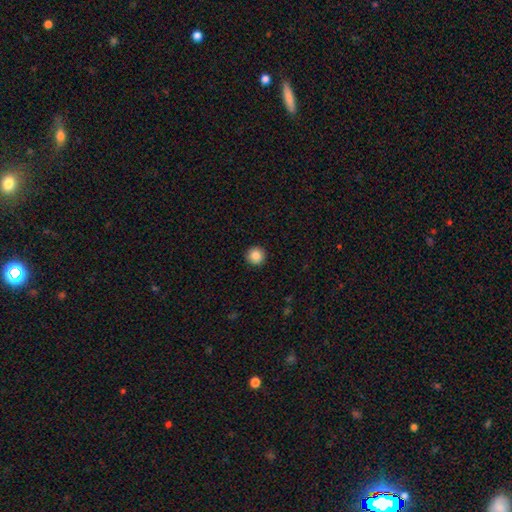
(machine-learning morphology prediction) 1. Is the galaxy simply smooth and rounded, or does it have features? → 88% smooth, 9% star or artifact, 3% featured or disk.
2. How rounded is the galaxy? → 96% round, 3% in between, 1% cigar-shaped.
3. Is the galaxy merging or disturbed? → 93% none, 5% minor disturbance, 2% major disturbance, 1% merger.